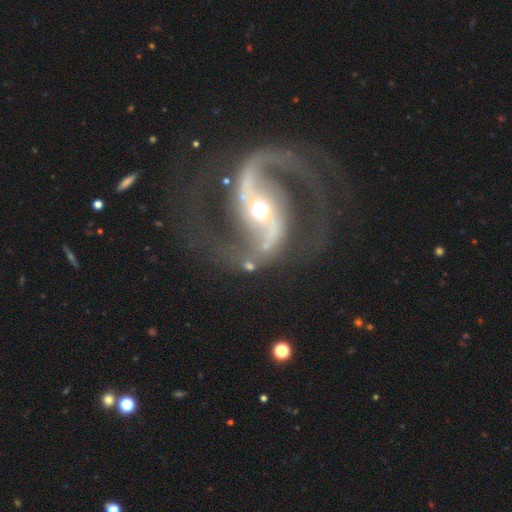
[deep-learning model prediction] smooth-or-featured: featured or disk: 94% | star or artifact: 5% | smooth: 2%
  disk-edge-on: no: 98% | yes: 2%
    bar: strong: 51% | weak: 27% | no: 22%
    has-spiral-arms: yes: 98% | no: 2%
      spiral-winding: medium: 57% | loose: 32% | tight: 11%
      spiral-arm-count: 2: 95% | 1: 1% | can't tell: 1% | 3: 1% | 4: 1% | more than 4: 1%
    bulge-size: small: 48% | moderate: 45% | large: 4% | dominant: 1% | none: 1%
  merging: none: 77% | minor disturbance: 12% | major disturbance: 9% | merger: 2%